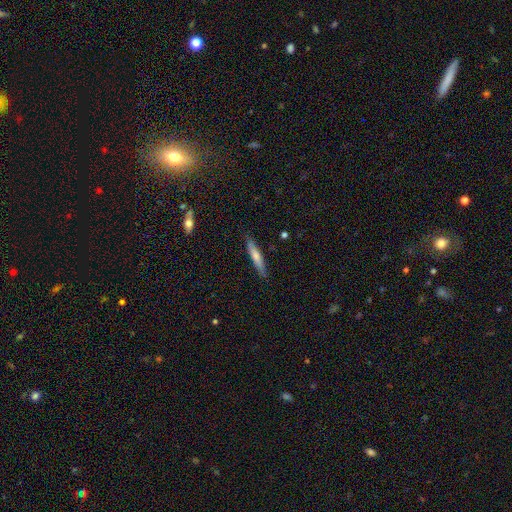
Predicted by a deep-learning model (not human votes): A smooth galaxy with no disk features (56%) that is cigar-shaped (93%). Merging: none (87%).